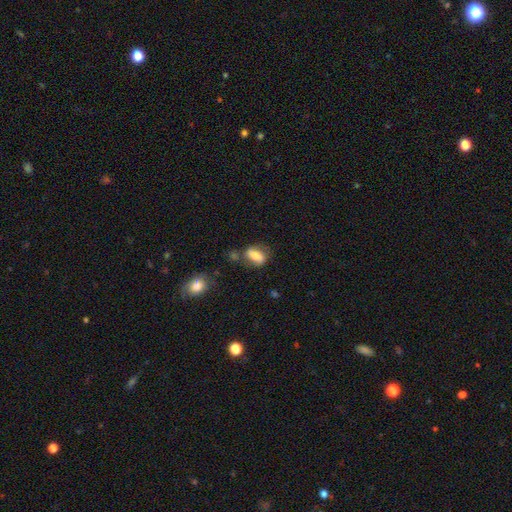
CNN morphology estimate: Smooth or featured: smooth — 67% (featured or disk — 25%)
How rounded: in between — 82% (round — 12%)
Merging: none — 56% (minor disturbance — 23%)